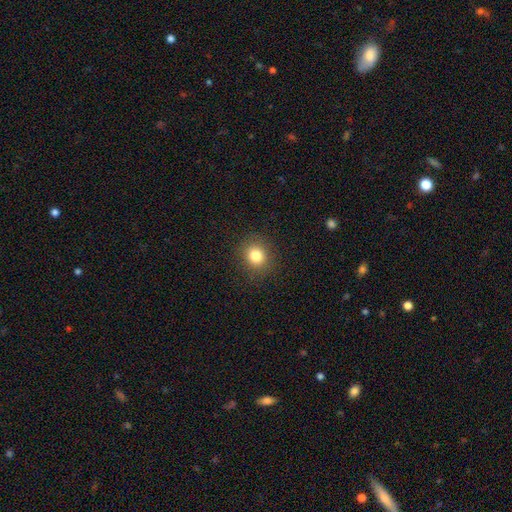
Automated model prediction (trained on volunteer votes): Q: Smooth or featured?
A: smooth (82%); runner-up: star or artifact (12%)
Q: How rounded?
A: round (83%); runner-up: in between (16%)
Q: Merging?
A: none (89%); runner-up: minor disturbance (7%)